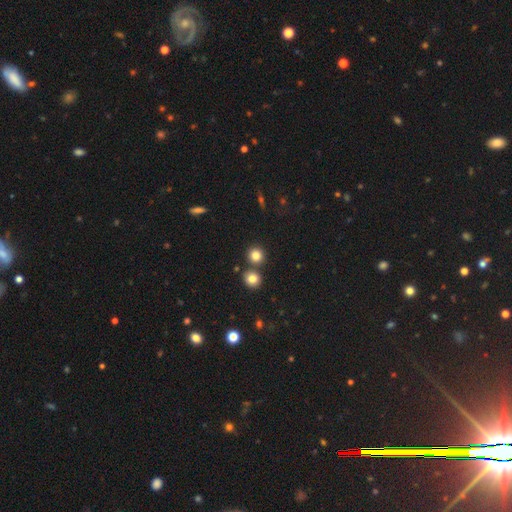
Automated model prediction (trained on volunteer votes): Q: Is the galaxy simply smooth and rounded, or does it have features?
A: smooth — 82%.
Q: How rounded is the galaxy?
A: round — 91%.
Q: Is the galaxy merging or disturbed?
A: none — 77%.